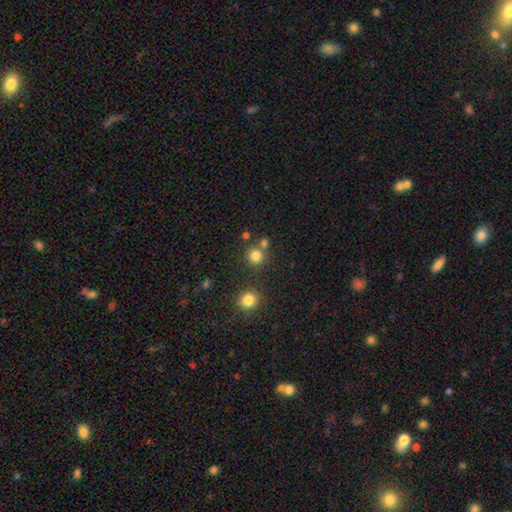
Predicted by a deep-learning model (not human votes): Overall: smooth (80%). How rounded: round (91%). Merging: none (73%).